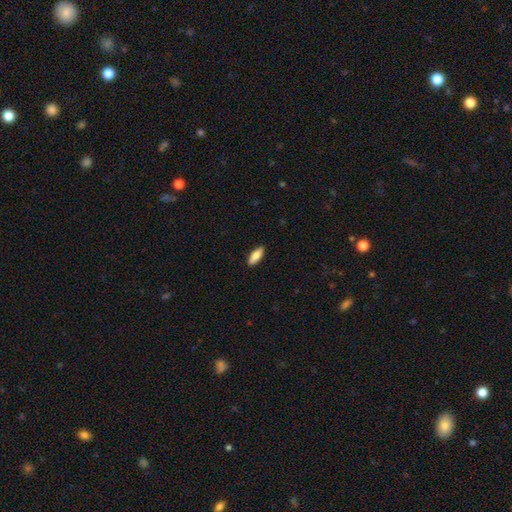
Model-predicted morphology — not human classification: This appears to be a smooth galaxy with no disk features (81%) that is in between round and cigar-shaped (66%). Merging: none (89%).